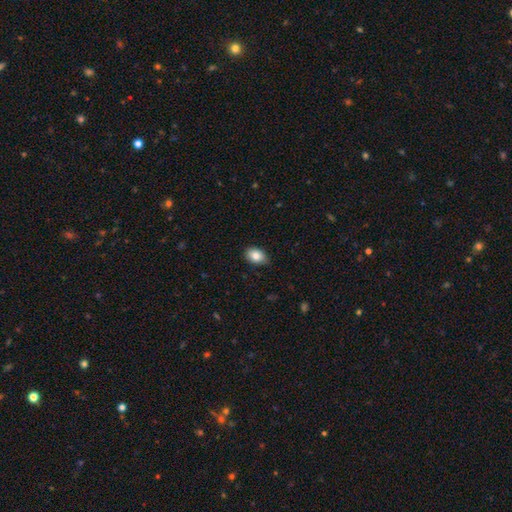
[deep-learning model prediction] Smooth or featured? Predicted: smooth (p=0.85). How rounded? Predicted: in between (p=0.82). Merging? Predicted: none (p=0.81).